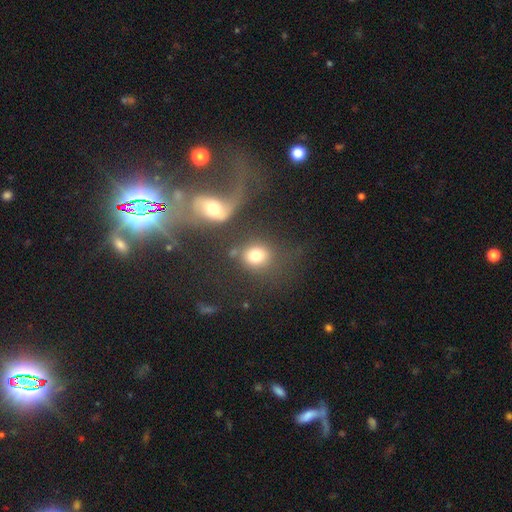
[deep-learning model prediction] smooth 75%, featured or disk 14%, star or artifact 10%. Down the decision tree: how rounded — round (71%); merging — none (54%).